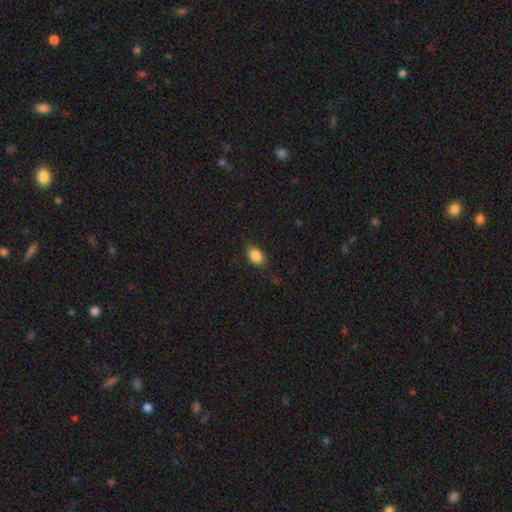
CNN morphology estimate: The model was most divided on "merging": none: 78%, minor disturbance: 17%, major disturbance: 4%, merger: 1%. More confident: smooth or featured — smooth (85%); how rounded — in between (83%).